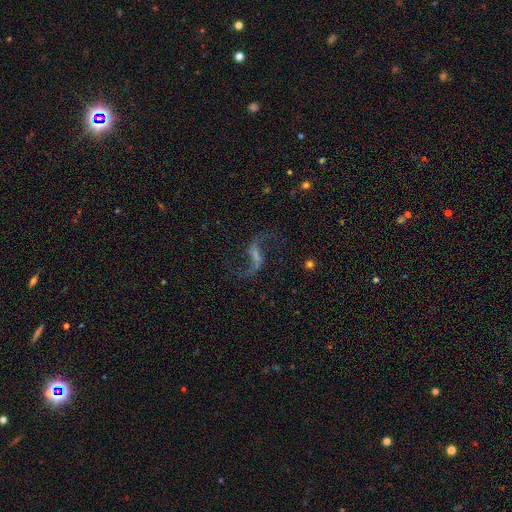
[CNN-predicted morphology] A featured or disk galaxy (88%) with a weak bar (42%), 2 (94%) loose (88%) spiral arms (96%) and no central bulge (53%).

Vote fractions:
- Smooth or featured? featured or disk: 88% / star or artifact: 7% / smooth: 5%
- Edge-on disk? no: 97% / yes: 3%
- Bar? weak: 42% / strong: 41% / no: 17%
- Spiral arms? yes: 96% / no: 4%
- Spiral winding? loose: 88% / medium: 10% / tight: 2%
- Spiral arm count? 2: 94% / 1: 2% / can't tell: 1% / 3: 1% / 4: 1% / more than 4: 1%
- Bulge size? none: 53% / small: 28% / moderate: 13% / large: 4% / dominant: 1%
- Merging? none: 77% / minor disturbance: 11% / major disturbance: 10% / merger: 2%